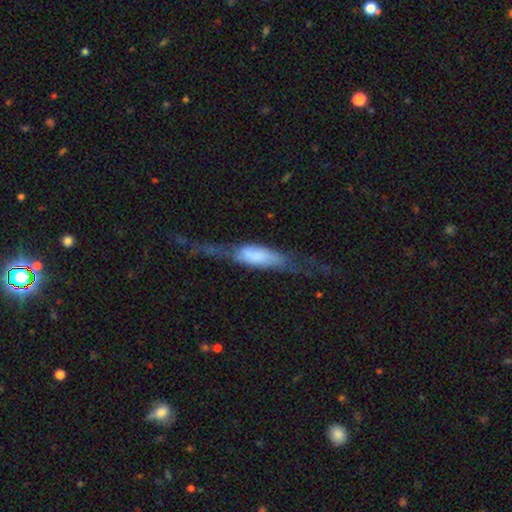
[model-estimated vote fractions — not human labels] Smooth or featured: smooth — 47% (featured or disk — 45%)
Merging: major disturbance — 35% (tied with none — 35%)